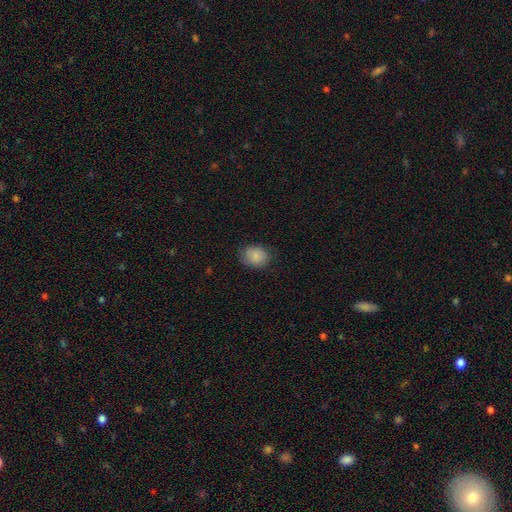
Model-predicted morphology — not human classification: Smooth or featured? smooth (86%)
How rounded? round (53%)
Merging? none (78%)